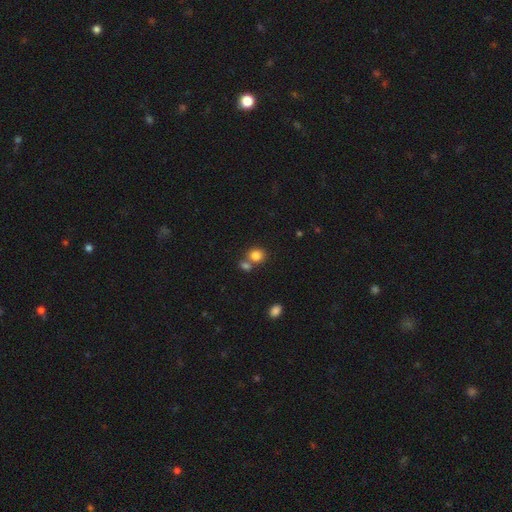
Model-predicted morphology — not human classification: smooth 83%, star or artifact 11%, featured or disk 6%. Down the decision tree: how rounded — round (76%); merging — none (54%).